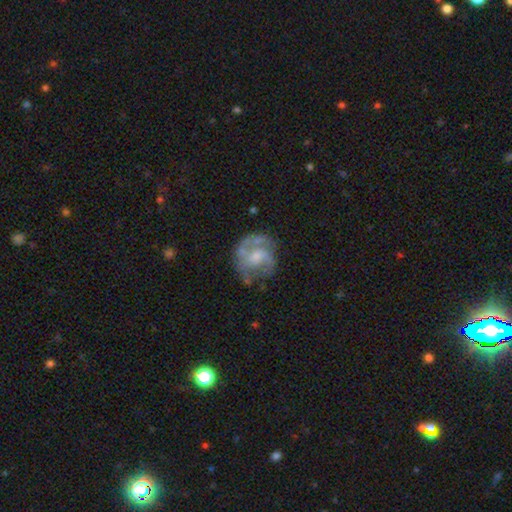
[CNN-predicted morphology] smooth_or_featured: featured or disk (p=0.69) [alt: smooth p=0.24]
disk_edge_on: no (p=0.98) [alt: yes p=0.02]
bar: no (p=0.63) [alt: weak p=0.31]
has_spiral_arms: yes (p=0.72) [alt: no p=0.28]
bulge_size: moderate (p=0.41) [alt: small p=0.35]
merging: none (p=0.58) [alt: minor disturbance p=0.21]